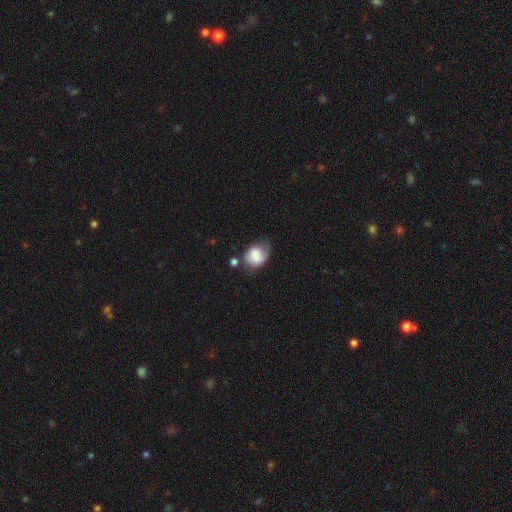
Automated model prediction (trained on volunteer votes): Smooth or featured?
  - smooth: 59% *
  - featured or disk: 33%
  - star or artifact: 8%
How rounded?
  - in between: 53% *
  - round: 46%
  - cigar-shaped: 1%
Merging?
  - none: 46% *
  - minor disturbance: 32%
  - major disturbance: 14%
  - merger: 8%